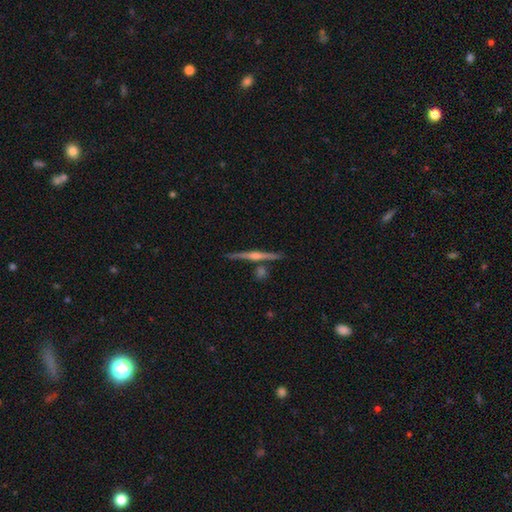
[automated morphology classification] featured or disk 82%, smooth 11%, star or artifact 7%. Down the decision tree: edge-on disk — yes (98%); edge-on bulge — rounded (77%); merging — none (85%).